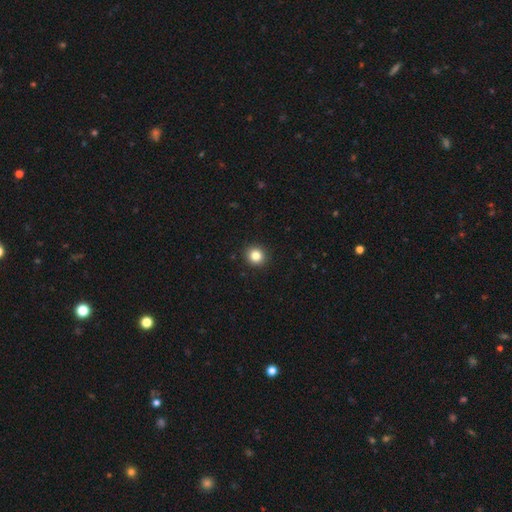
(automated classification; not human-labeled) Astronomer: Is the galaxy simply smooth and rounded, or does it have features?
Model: smooth — 83%.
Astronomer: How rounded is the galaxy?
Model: round — 89%.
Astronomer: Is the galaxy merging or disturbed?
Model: none — 93%.